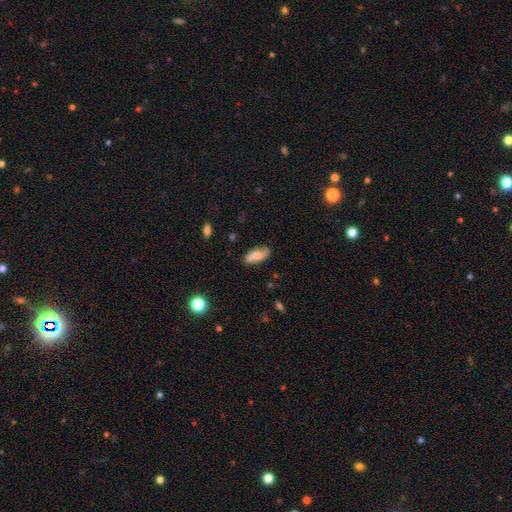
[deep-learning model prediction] Morphology: type=smooth (50%); roundness=in between (82%); merging=none (72%).